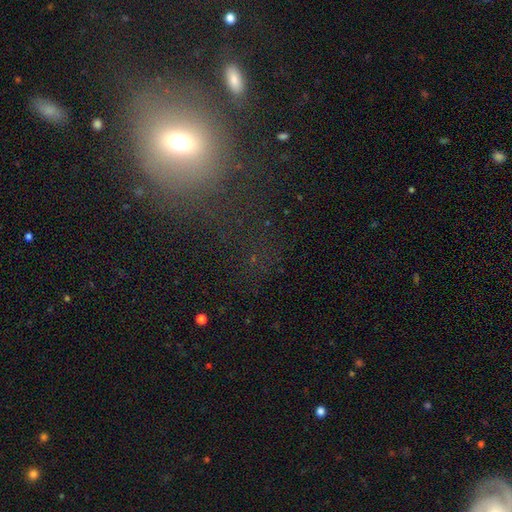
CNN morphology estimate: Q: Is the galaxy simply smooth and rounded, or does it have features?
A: smooth — 43%.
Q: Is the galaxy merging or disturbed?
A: none — 58%.